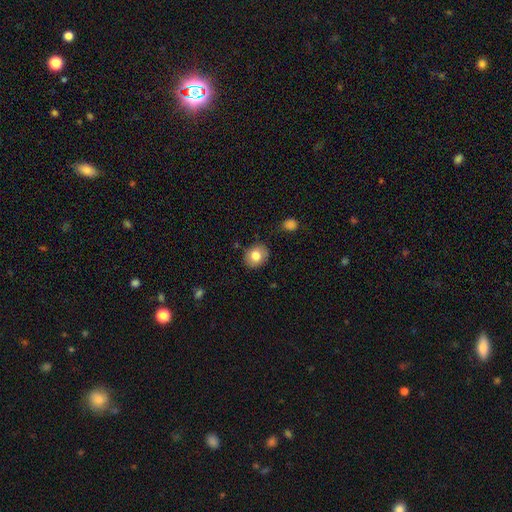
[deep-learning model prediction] This is likely a smooth galaxy (79%). How rounded: likely round (65%). Merging: clearly none (82%).